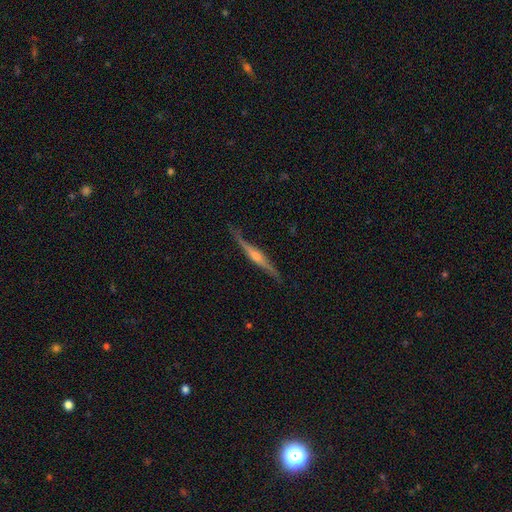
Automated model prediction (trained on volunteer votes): smooth-or-featured: featured or disk: 80% | smooth: 15% | star or artifact: 5%
  disk-edge-on: yes: 97% | no: 3%
    edge-on-bulge: rounded: 80% | boxy: 11% | none: 9%
  merging: none: 79% | minor disturbance: 16% | major disturbance: 3% | merger: 2%